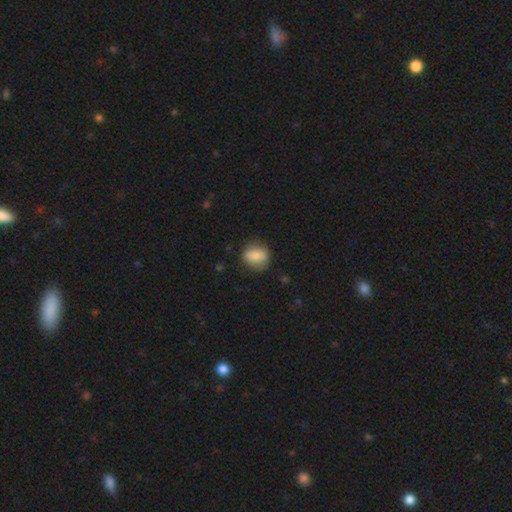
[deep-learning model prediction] The model was most divided on "how rounded": in between: 49%, round: 48%, cigar-shaped: 3%. More confident: smooth or featured — smooth (78%); merging — none (76%).